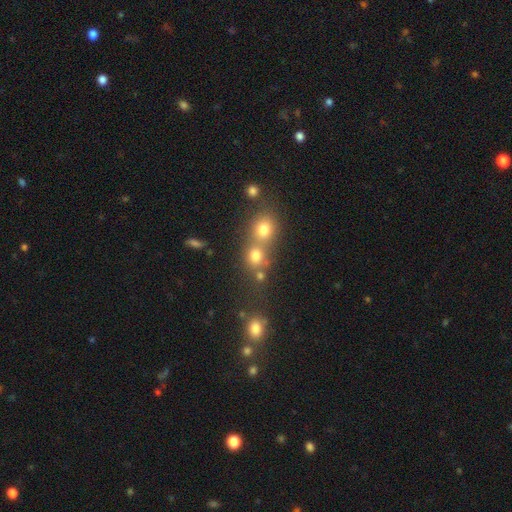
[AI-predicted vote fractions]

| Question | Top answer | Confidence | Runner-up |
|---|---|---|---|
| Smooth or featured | smooth | 75% | star or artifact (16%) |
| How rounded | round | 77% | in between (21%) |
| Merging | none | 45% | merger (44%) |